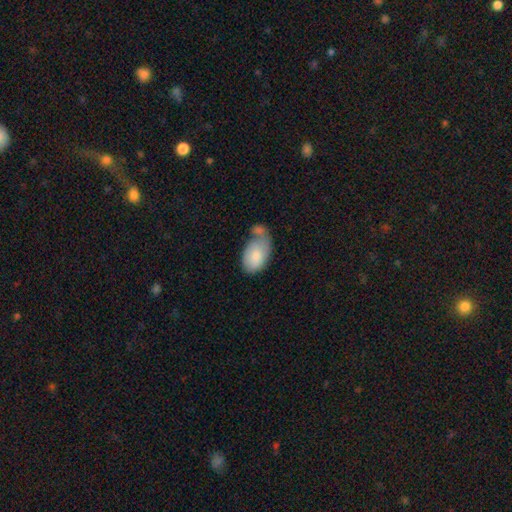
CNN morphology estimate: Smooth or featured?
  - smooth: 77% *
  - featured or disk: 18%
  - star or artifact: 6%
How rounded?
  - in between: 93% *
  - round: 6%
  - cigar-shaped: 1%
Merging?
  - none: 30% * (tied)
  - merger: 30% * (tied)
  - minor disturbance: 23%
  - major disturbance: 16%